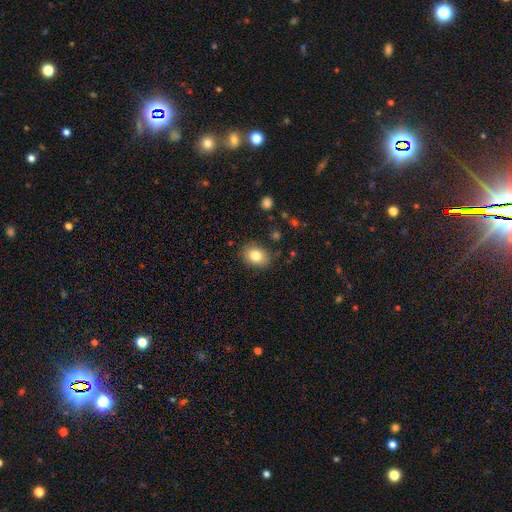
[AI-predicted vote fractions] A smooth galaxy with no disk features (82%) that is in between round and cigar-shaped (60%). Merging: none (84%).